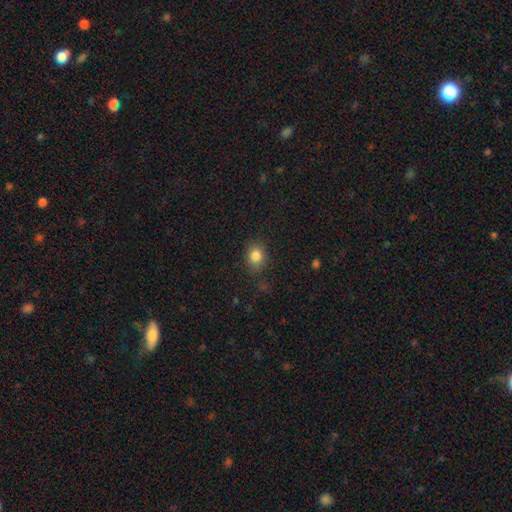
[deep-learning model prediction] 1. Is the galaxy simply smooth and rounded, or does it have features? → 84% smooth, 11% star or artifact, 5% featured or disk.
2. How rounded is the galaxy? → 60% round, 39% in between, 1% cigar-shaped.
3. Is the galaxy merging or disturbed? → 81% none, 14% minor disturbance, 4% major disturbance, 2% merger.